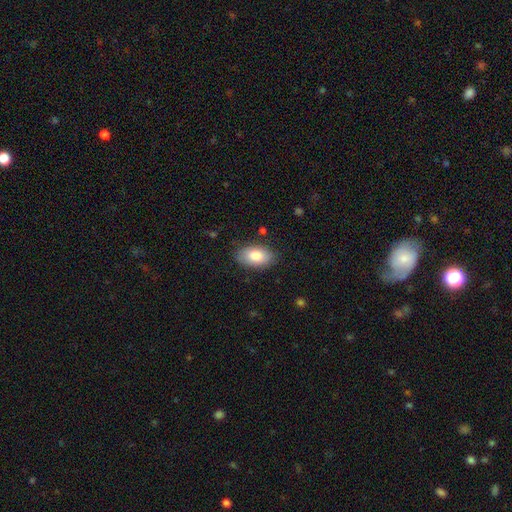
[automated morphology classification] Smooth or featured? smooth (84%)
How rounded? in between (94%)
Merging? none (84%)